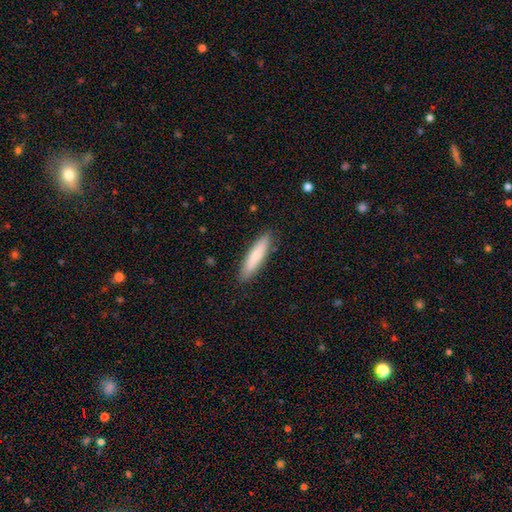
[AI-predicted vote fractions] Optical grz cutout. It shows a smooth galaxy with no disk features (79%) that is cigar-shaped (79%). Merging: none (88%).